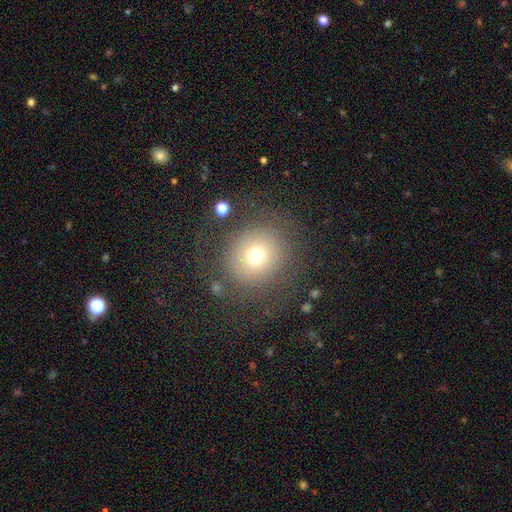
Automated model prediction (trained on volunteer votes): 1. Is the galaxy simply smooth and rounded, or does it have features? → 63% smooth, 22% featured or disk, 14% star or artifact.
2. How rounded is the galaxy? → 87% round, 12% in between, 1% cigar-shaped.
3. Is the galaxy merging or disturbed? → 70% none, 14% major disturbance, 13% minor disturbance, 2% merger.